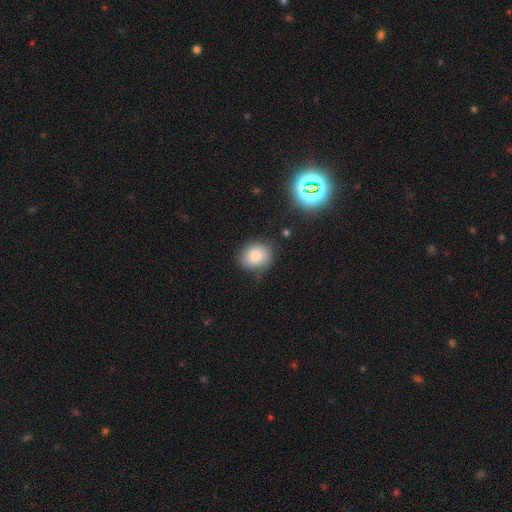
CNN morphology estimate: A smooth galaxy with no disk features (82%) that is round (62%).

Vote fractions:
- Smooth or featured? smooth: 82% / star or artifact: 10% / featured or disk: 8%
- How rounded? round: 62% / in between: 37% / cigar-shaped: 1%
- Merging? none: 71% / minor disturbance: 21% / major disturbance: 5% / merger: 3%